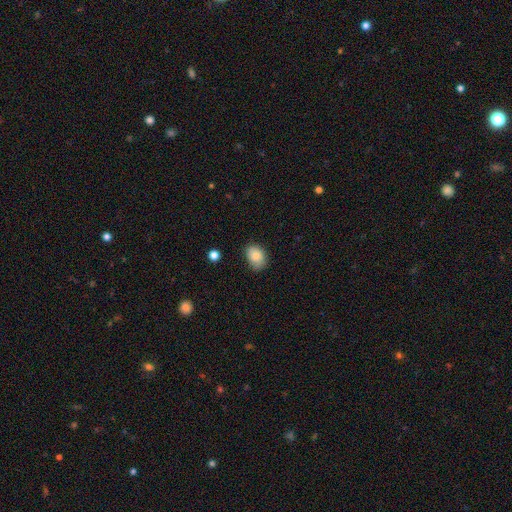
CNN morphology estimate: Q: Smooth or featured?
A: smooth (85%); runner-up: star or artifact (8%)
Q: How rounded?
A: in between (73%); runner-up: round (26%)
Q: Merging?
A: none (74%); runner-up: minor disturbance (21%)